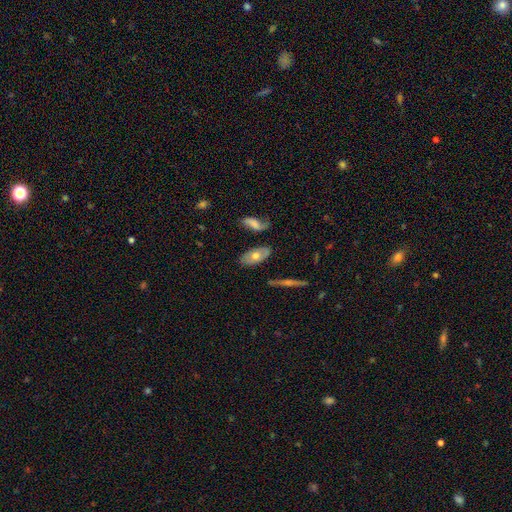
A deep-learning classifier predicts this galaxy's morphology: This is possibly a smooth galaxy (55%). How rounded: clearly in between (91%). Merging: likely none (72%).